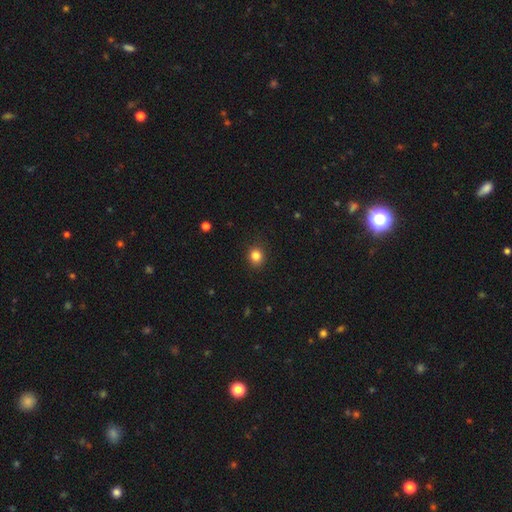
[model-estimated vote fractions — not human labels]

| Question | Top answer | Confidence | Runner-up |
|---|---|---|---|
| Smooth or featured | smooth | 83% | star or artifact (12%) |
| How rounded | round | 77% | in between (22%) |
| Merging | none | 88% | minor disturbance (8%) |